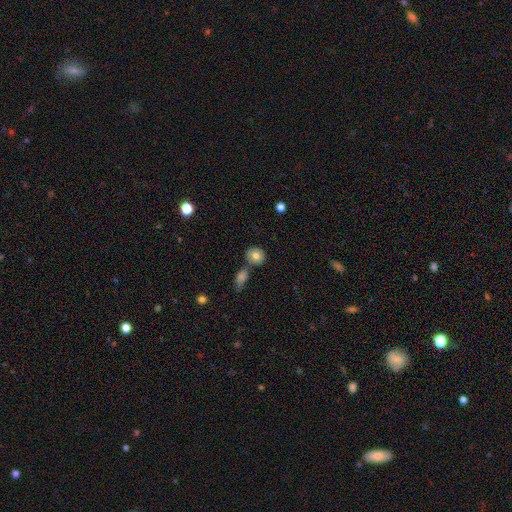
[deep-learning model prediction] smooth 75%, featured or disk 16%, star or artifact 8%. Down the decision tree: how rounded — round (68%); merging — none (65%).